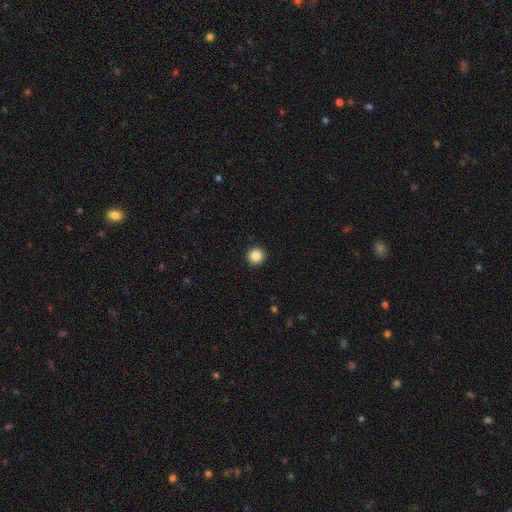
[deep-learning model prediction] Overall: smooth (86%). How rounded: round (96%). Merging: none (94%).